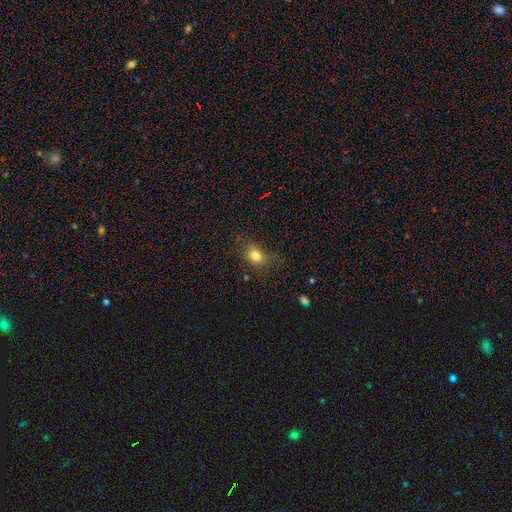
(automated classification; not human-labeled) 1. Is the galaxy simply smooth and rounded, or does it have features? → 77% smooth, 14% star or artifact, 9% featured or disk.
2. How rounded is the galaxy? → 52% in between, 47% round, 2% cigar-shaped.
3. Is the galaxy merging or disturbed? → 60% none, 25% minor disturbance, 13% major disturbance, 2% merger.